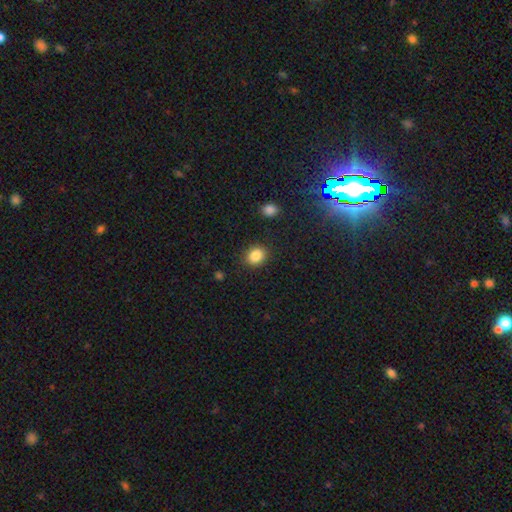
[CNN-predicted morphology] A smooth galaxy with no disk features (86%) that is round (56%).

Vote fractions:
- Smooth or featured? smooth: 86% / star or artifact: 10% / featured or disk: 5%
- How rounded? round: 56% / in between: 43% / cigar-shaped: 1%
- Merging? none: 87% / minor disturbance: 9% / major disturbance: 3% / merger: 2%